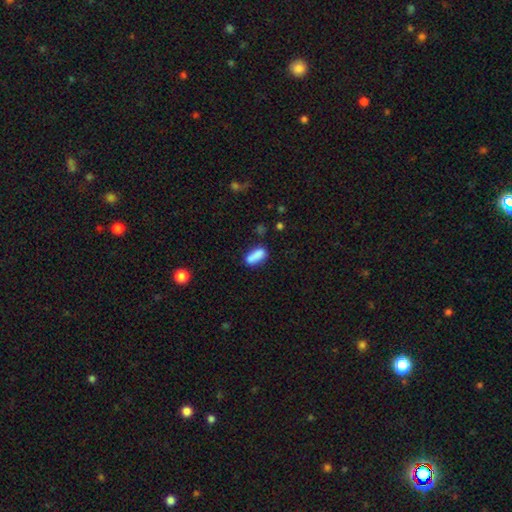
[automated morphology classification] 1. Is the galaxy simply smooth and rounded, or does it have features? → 82% smooth, 9% featured or disk, 8% star or artifact.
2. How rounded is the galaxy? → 69% in between, 28% cigar-shaped, 3% round.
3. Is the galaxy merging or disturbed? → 60% none, 20% minor disturbance, 14% merger, 6% major disturbance.